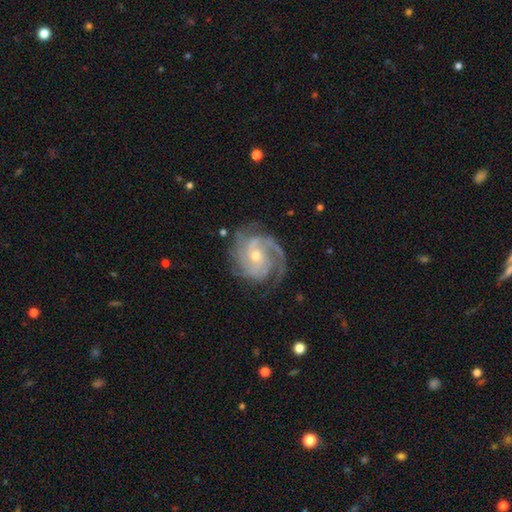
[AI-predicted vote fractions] smooth-or-featured: featured or disk: 91% | star or artifact: 5% | smooth: 5%
  disk-edge-on: no: 98% | yes: 2%
    bar: no: 62% | weak: 29% | strong: 9%
    has-spiral-arms: yes: 98% | no: 2%
      spiral-winding: tight: 58% | medium: 35% | loose: 7%
      spiral-arm-count: 3: 36% | 2: 25% | can't tell: 16% | 4: 10% | 1: 6% | more than 4: 6%
    bulge-size: small: 61% | moderate: 36% | large: 1% | none: 1% | dominant: 1%
  merging: none: 74% | minor disturbance: 17% | major disturbance: 8% | merger: 1%